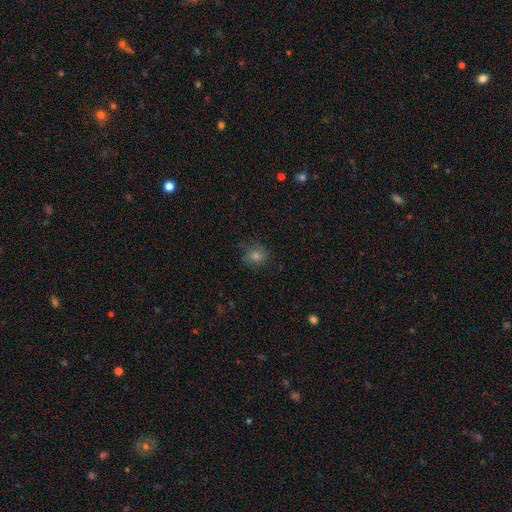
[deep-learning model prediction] Overall: smooth (57%; featured or disk 22%). How rounded: round (71%). Merging: none (72%).